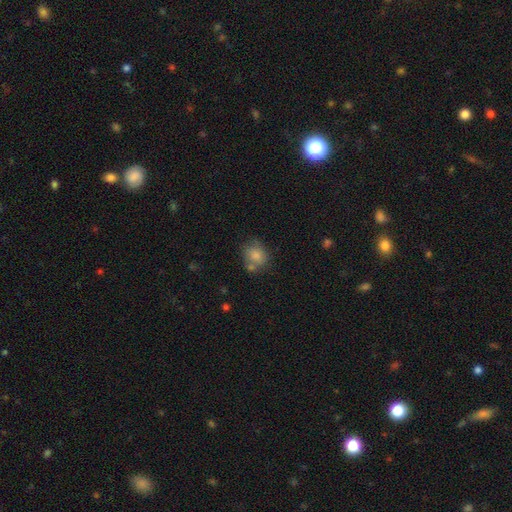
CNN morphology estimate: Q: Smooth or featured?
A: smooth (81%); runner-up: featured or disk (10%)
Q: How rounded?
A: round (66%); runner-up: in between (33%)
Q: Merging?
A: none (58%); runner-up: merger (18%)